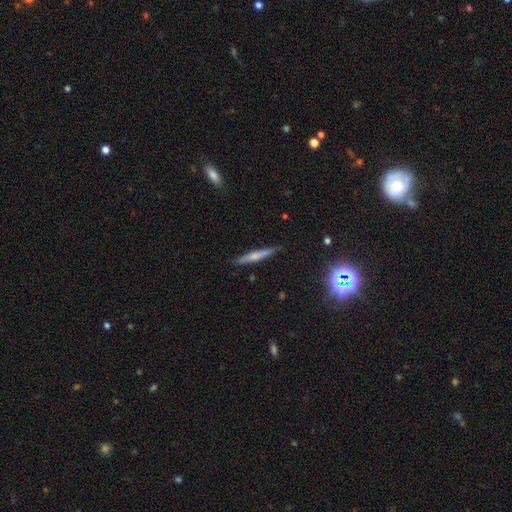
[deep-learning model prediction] smooth_or_featured: smooth (p=0.48) [alt: featured or disk p=0.43]
merging: none (p=0.86) [alt: minor disturbance p=0.10]